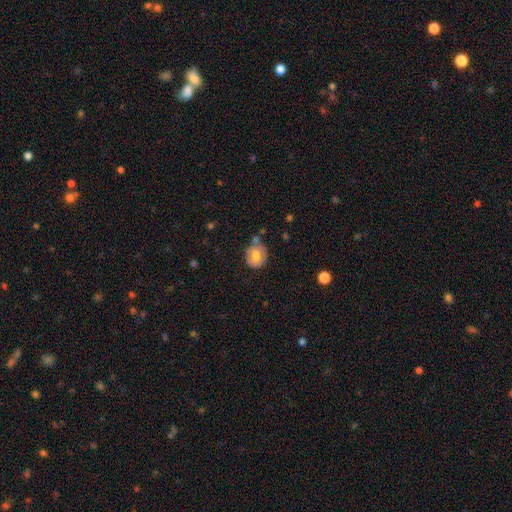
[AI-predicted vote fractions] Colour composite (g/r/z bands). It shows a smooth galaxy with no disk features (58%) that is round (69%). Merging: none (57%).